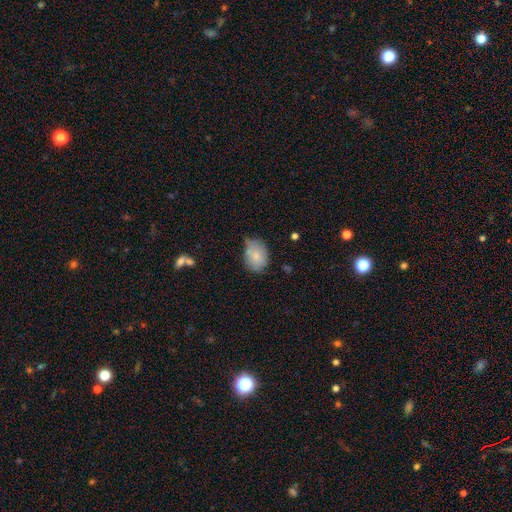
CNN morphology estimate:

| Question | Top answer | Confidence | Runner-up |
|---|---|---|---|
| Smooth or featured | smooth | 78% | featured or disk (15%) |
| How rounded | in between | 71% | round (28%) |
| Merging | none | 56% | minor disturbance (34%) |